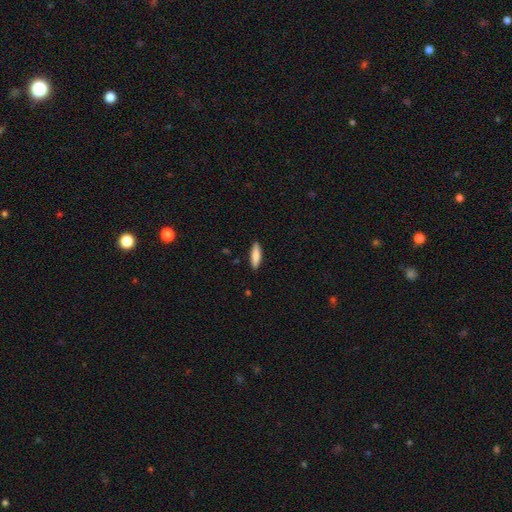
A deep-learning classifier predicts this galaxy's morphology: type=smooth (83%); roundness=cigar-shaped (65%); merging=none (89%).